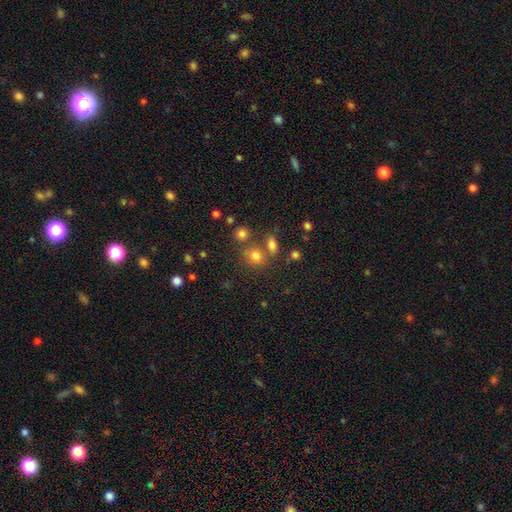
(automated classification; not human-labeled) Smooth or featured? smooth (73%)
How rounded? round (64%)
Merging? none (61%)